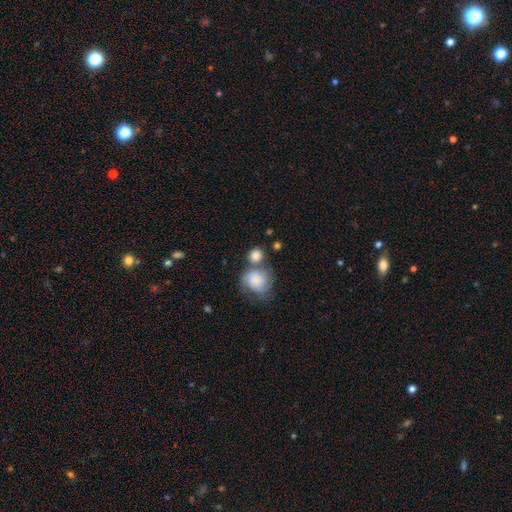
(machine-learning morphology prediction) type=smooth (74%); roundness=round (75%); merging=none (44%).